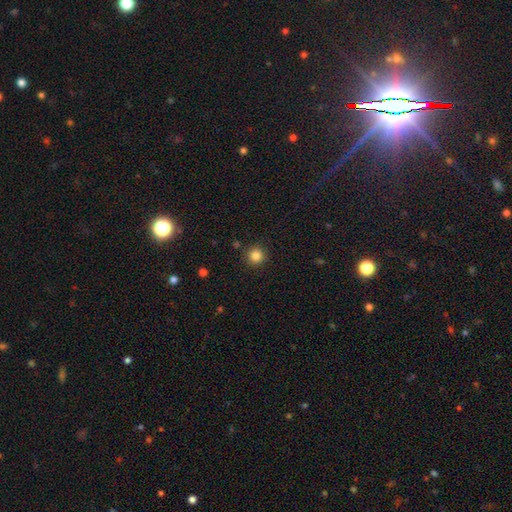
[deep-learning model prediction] Q: Smooth or featured?
A: smooth (84%); runner-up: star or artifact (12%)
Q: How rounded?
A: round (95%); runner-up: in between (4%)
Q: Merging?
A: none (90%); runner-up: minor disturbance (6%)